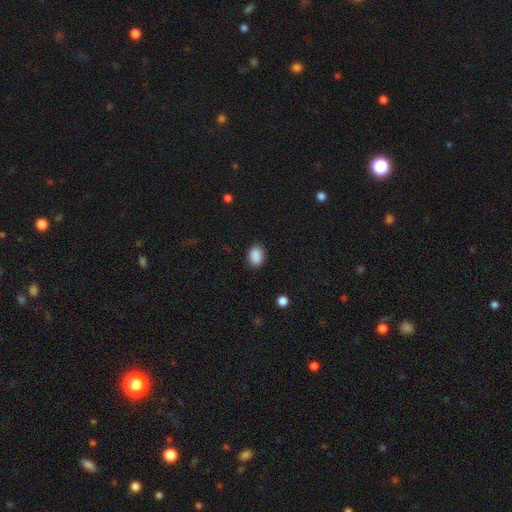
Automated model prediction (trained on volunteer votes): smooth 89%, star or artifact 8%, featured or disk 3%. Down the decision tree: how rounded — in between (73%); merging — none (86%).